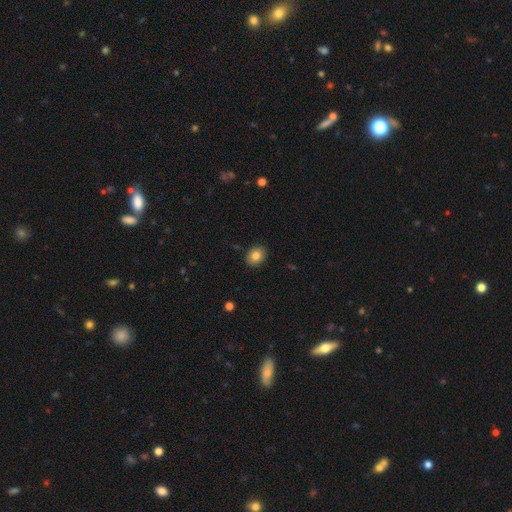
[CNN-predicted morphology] Smooth or featured?
  - smooth: 83% *
  - star or artifact: 9%
  - featured or disk: 8%
How rounded?
  - in between: 57% *
  - round: 42%
  - cigar-shaped: 1%
Merging?
  - none: 88% *
  - minor disturbance: 9%
  - major disturbance: 2%
  - merger: 1%